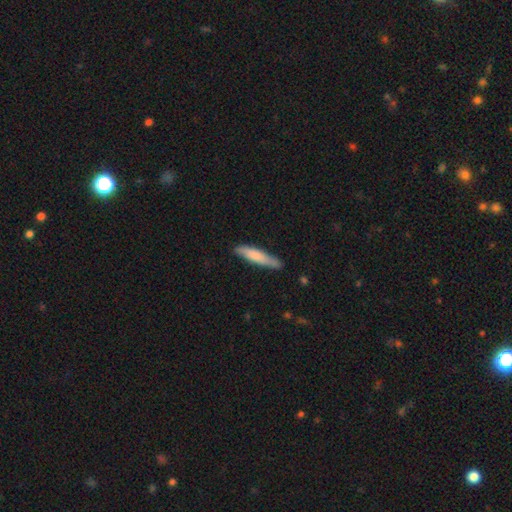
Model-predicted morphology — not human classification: Q: Smooth or featured?
A: smooth (74%); runner-up: featured or disk (21%)
Q: How rounded?
A: cigar-shaped (87%); runner-up: in between (12%)
Q: Merging?
A: none (80%); runner-up: minor disturbance (17%)